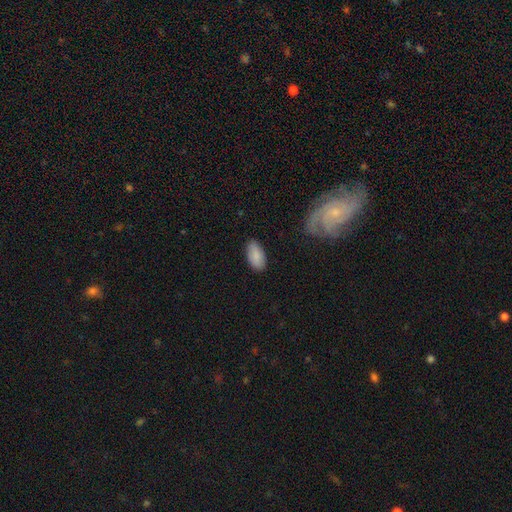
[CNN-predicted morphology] This is clearly a smooth galaxy (87%). How rounded: clearly in between (94%). Merging: clearly none (85%).